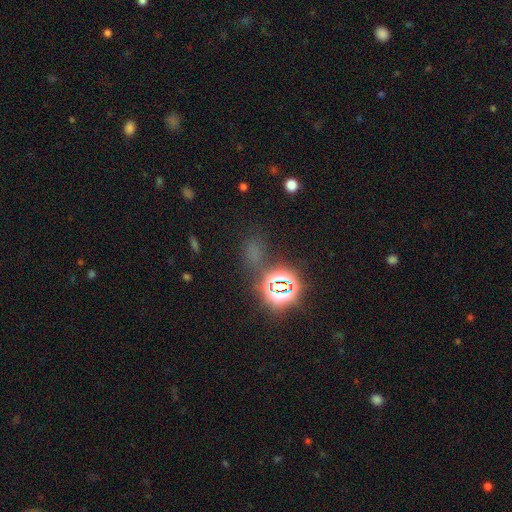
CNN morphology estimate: star or artifact 67%, smooth 25%, featured or disk 7%.